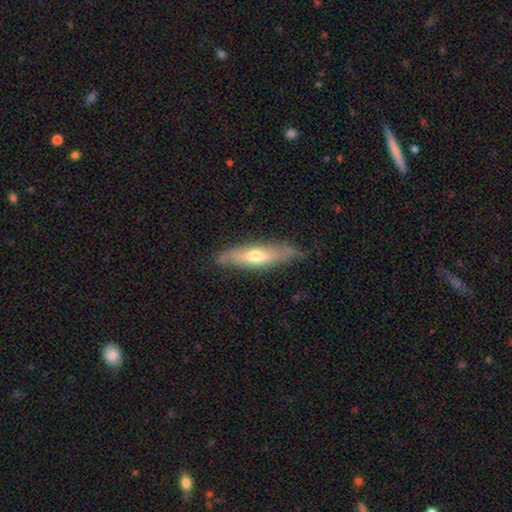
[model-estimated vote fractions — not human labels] A smooth galaxy with no disk features (49%).

Vote fractions:
- Smooth or featured? smooth: 49% / featured or disk: 45% / star or artifact: 6%
- Merging? none: 73% / minor disturbance: 21% / major disturbance: 4% / merger: 2%